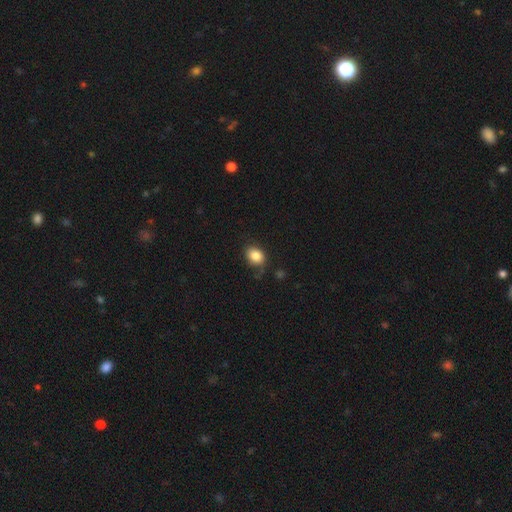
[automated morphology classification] Smooth or featured? smooth (84%)
How rounded? in between (56%)
Merging? none (76%)